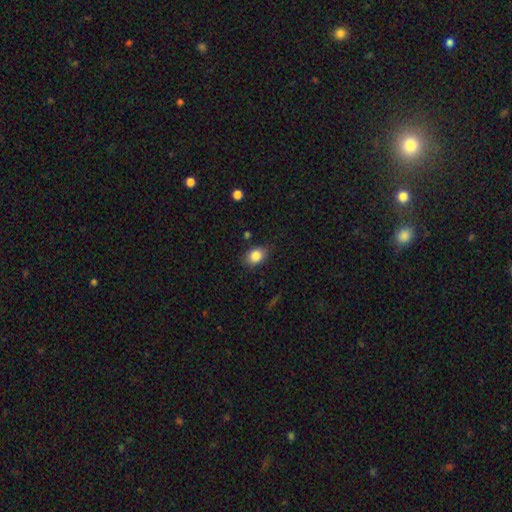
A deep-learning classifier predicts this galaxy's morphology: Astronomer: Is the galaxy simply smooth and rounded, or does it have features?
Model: smooth — 85%.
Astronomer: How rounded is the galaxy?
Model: in between — 68%.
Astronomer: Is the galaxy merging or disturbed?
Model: none — 80%.